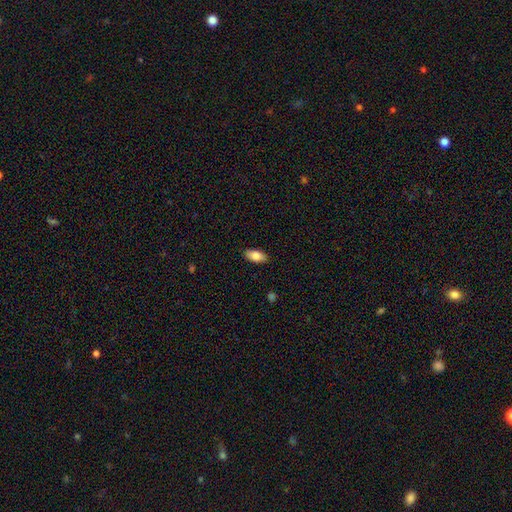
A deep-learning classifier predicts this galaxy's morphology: A smooth galaxy with no disk features (84%) that is in between round and cigar-shaped (91%). Merging: none (88%).